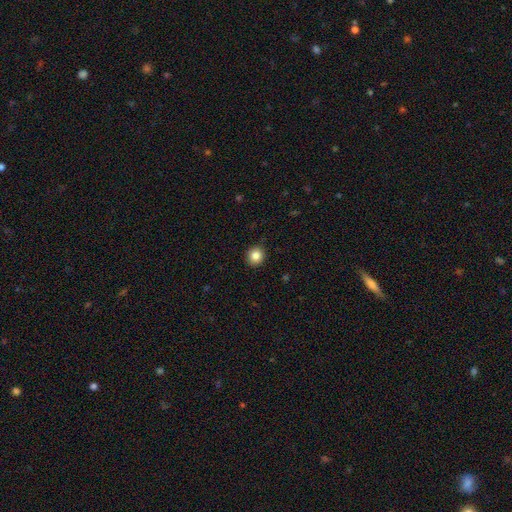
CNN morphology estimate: A smooth galaxy with no disk features (84%) that is round (87%).

Vote fractions:
- Smooth or featured? smooth: 84% / star or artifact: 10% / featured or disk: 6%
- How rounded? round: 87% / in between: 12% / cigar-shaped: 1%
- Merging? none: 92% / minor disturbance: 5% / major disturbance: 2% / merger: 1%